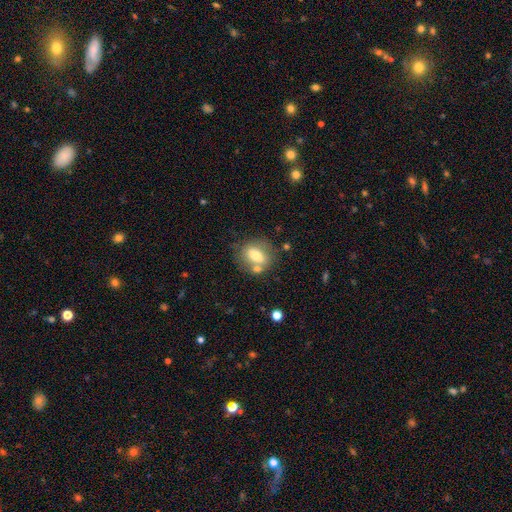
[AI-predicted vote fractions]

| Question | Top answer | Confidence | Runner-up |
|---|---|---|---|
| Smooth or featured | smooth | 64% | featured or disk (28%) |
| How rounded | in between | 59% | round (37%) |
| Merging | none | 63% | merger (17%) |